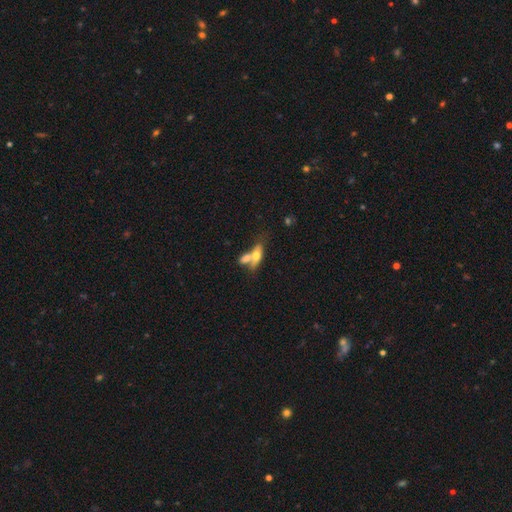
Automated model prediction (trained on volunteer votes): A smooth galaxy with no disk features (56%) that is in between round and cigar-shaped (62%).

Vote fractions:
- Smooth or featured? smooth: 56% / featured or disk: 36% / star or artifact: 8%
- How rounded? in between: 62% / cigar-shaped: 32% / round: 6%
- Merging? merger: 56% / none: 29% / minor disturbance: 9% / major disturbance: 5%